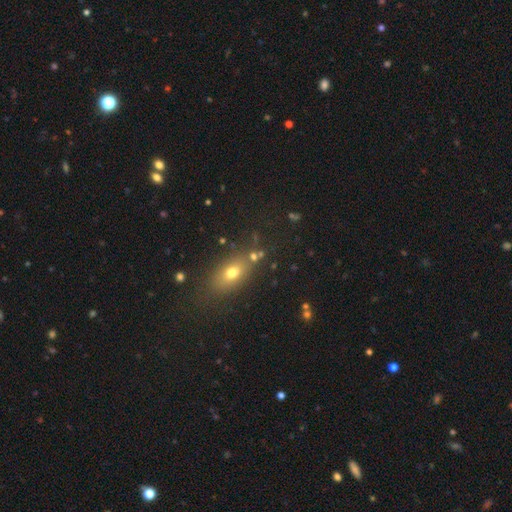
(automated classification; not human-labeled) This appears to be a smooth galaxy with no disk features (63%) that is in between round and cigar-shaped (67%). Merging: none (75%).